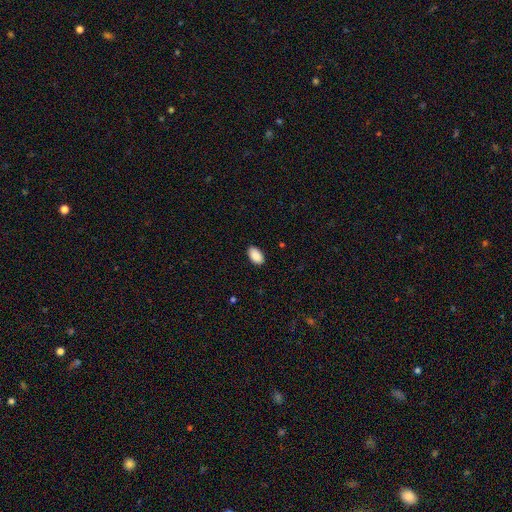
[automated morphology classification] Q: Smooth or featured?
A: smooth (91%); runner-up: star or artifact (7%)
Q: How rounded?
A: in between (95%); runner-up: round (4%)
Q: Merging?
A: none (87%); runner-up: minor disturbance (10%)